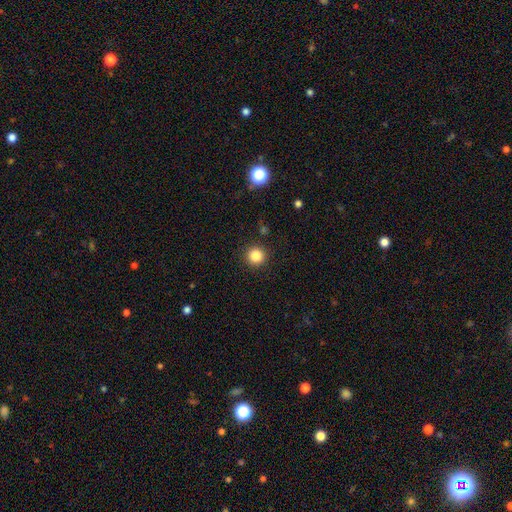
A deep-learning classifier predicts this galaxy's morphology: Q: Smooth or featured?
A: smooth (85%); runner-up: star or artifact (11%)
Q: How rounded?
A: round (95%); runner-up: in between (5%)
Q: Merging?
A: none (91%); runner-up: minor disturbance (5%)